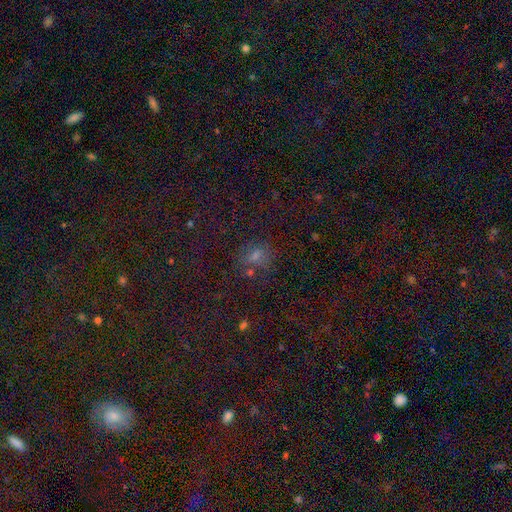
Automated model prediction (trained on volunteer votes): A smooth galaxy with no disk features (45%).

Vote fractions:
- Smooth or featured? smooth: 45% / star or artifact: 43% / featured or disk: 11%
- Merging? none: 66% / minor disturbance: 17% / major disturbance: 9% / merger: 9%